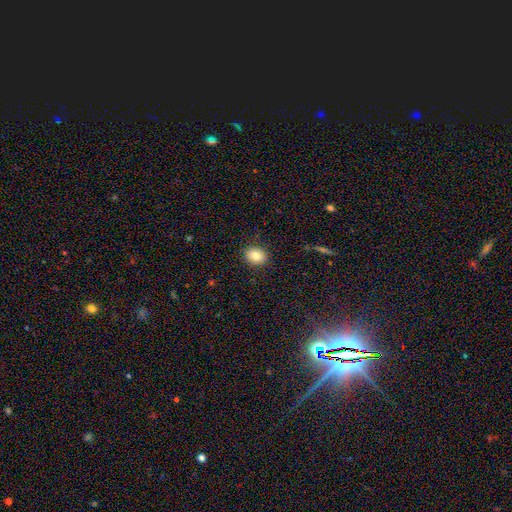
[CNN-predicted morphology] Overall: smooth (81%). How rounded: round (56%; in between 44%). Merging: none (89%).